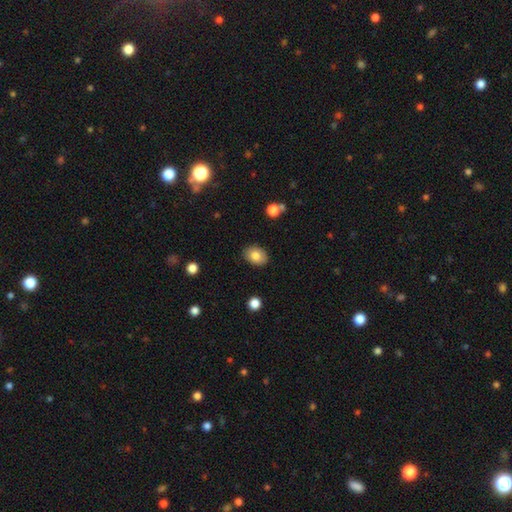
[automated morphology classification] A smooth galaxy with no disk features (80%) that is in between round and cigar-shaped (72%). Merging: none (87%).